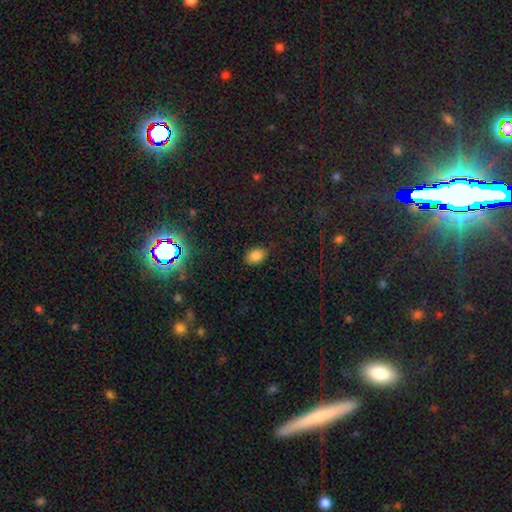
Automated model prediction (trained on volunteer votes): smooth_or_featured: smooth (p=0.83) [alt: star or artifact p=0.11]
how_rounded: in between (p=0.82) [alt: round p=0.16]
merging: none (p=0.77) [alt: minor disturbance p=0.18]